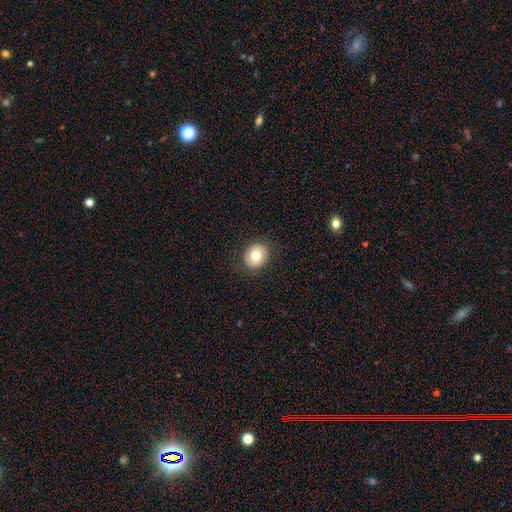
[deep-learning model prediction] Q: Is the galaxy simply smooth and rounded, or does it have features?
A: smooth — 75%.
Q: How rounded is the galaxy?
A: round — 73%.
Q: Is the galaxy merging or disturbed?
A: none — 88%.